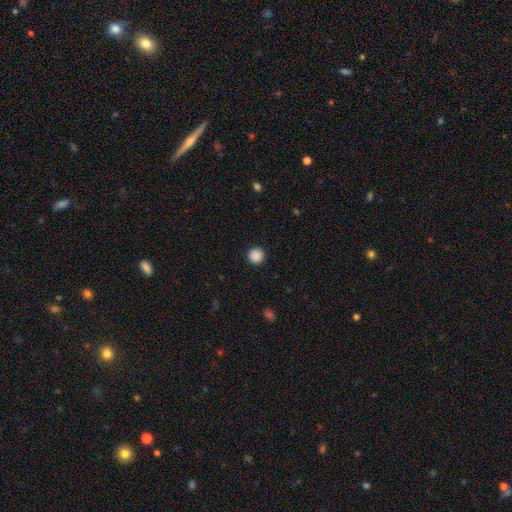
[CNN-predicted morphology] Smooth or featured?
  - smooth: 88% *
  - star or artifact: 10%
  - featured or disk: 2%
How rounded?
  - round: 96% *
  - in between: 3%
  - cigar-shaped: 1%
Merging?
  - none: 93% *
  - minor disturbance: 4%
  - major disturbance: 2%
  - merger: 1%